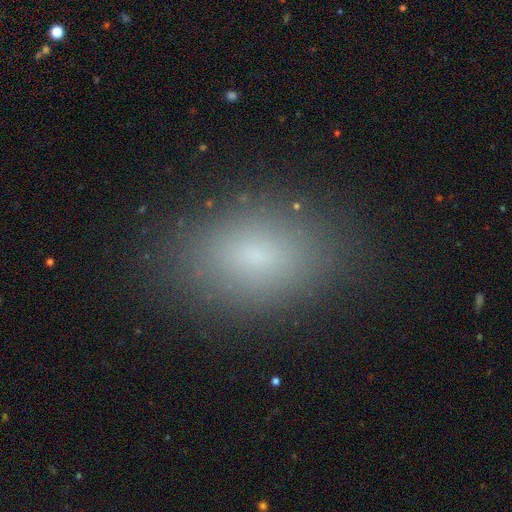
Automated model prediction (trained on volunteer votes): Smooth or featured? Predicted: smooth (p=0.77). How rounded? Predicted: in between (p=0.88). Merging? Predicted: none (p=0.85).